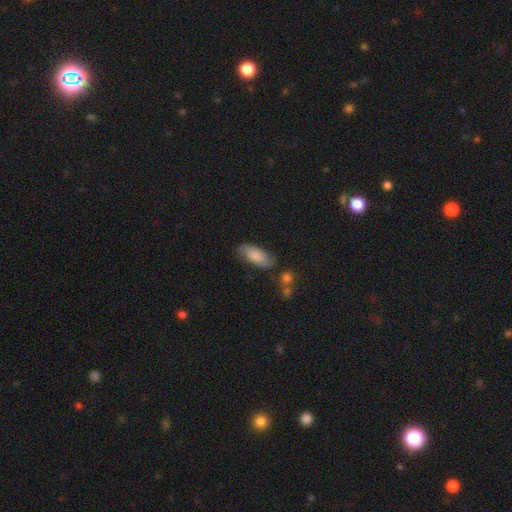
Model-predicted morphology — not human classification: The model was most divided on "smooth or featured": smooth: 73%, featured or disk: 20%, star or artifact: 7%. More confident: how rounded — in between (86%); merging — none (73%).